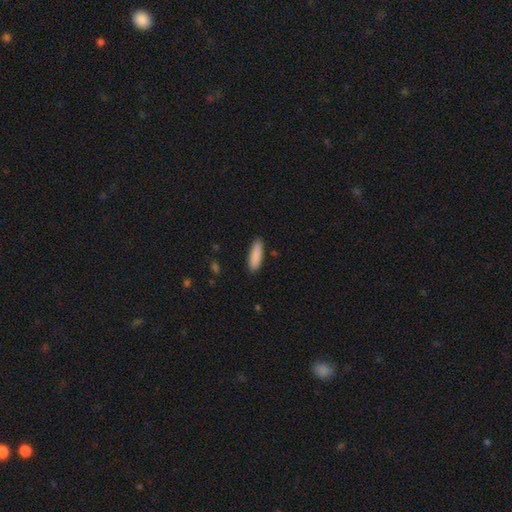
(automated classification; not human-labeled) A smooth galaxy with no disk features (88%) that is cigar-shaped (56%).

Vote fractions:
- Smooth or featured? smooth: 88% / featured or disk: 6% / star or artifact: 6%
- How rounded? cigar-shaped: 56% / in between: 43% / round: 1%
- Merging? none: 88% / minor disturbance: 9% / major disturbance: 2% / merger: 1%